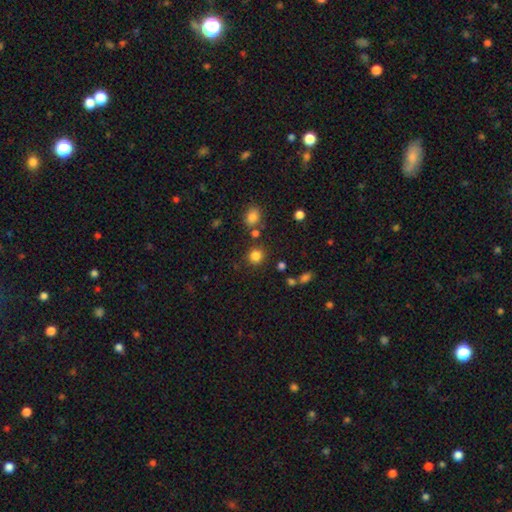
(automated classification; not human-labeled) The model was most divided on "smooth or featured": smooth: 82%, star or artifact: 14%, featured or disk: 4%. More confident: how rounded — round (88%); merging — none (82%).